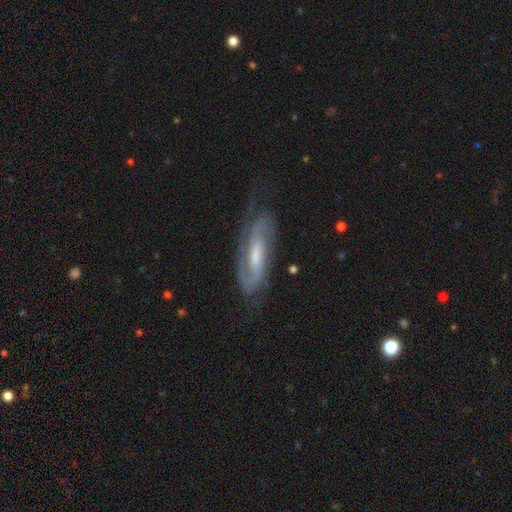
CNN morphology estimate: This appears to be a featured or disk galaxy (85%) with a weak bar (45%), 2 (78%) medium (47%) spiral arms (96%) and a moderate central bulge (43%). Merging: none (65%).